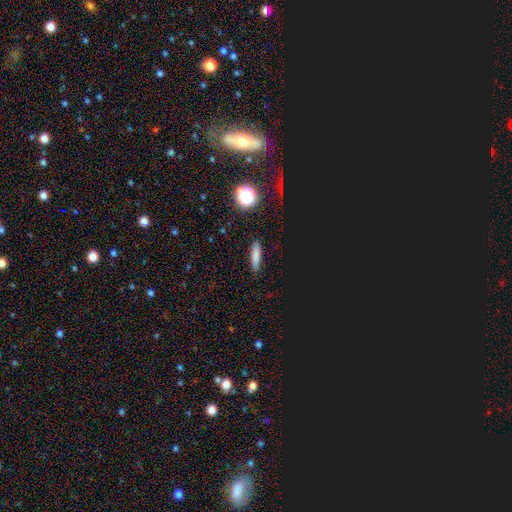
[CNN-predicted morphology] smooth 73%, star or artifact 17%, featured or disk 10%. Down the decision tree: how rounded — cigar-shaped (80%); merging — none (88%).